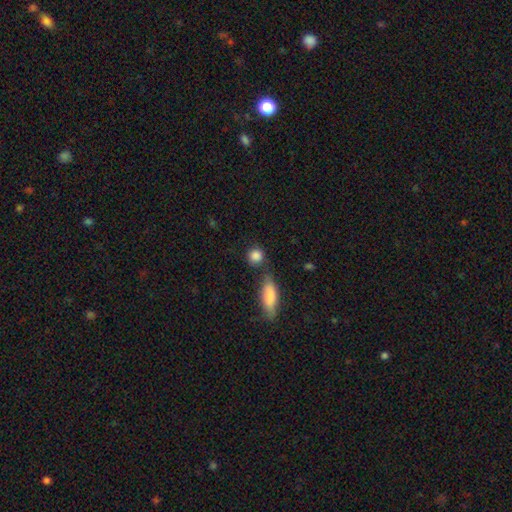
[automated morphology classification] A smooth galaxy with no disk features (86%) that is round (80%). Merging: none (68%).